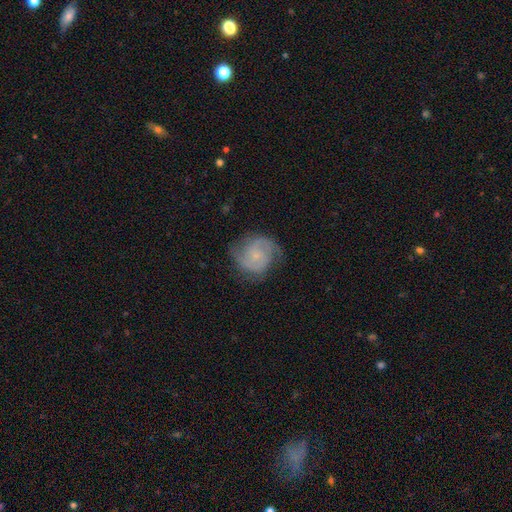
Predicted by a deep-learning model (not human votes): This appears to be a featured or disk galaxy (76%) with no bar (71%), 2 (72%) medium (44%) spiral arms (95%) and a small central bulge (71%). Merging: none (72%).